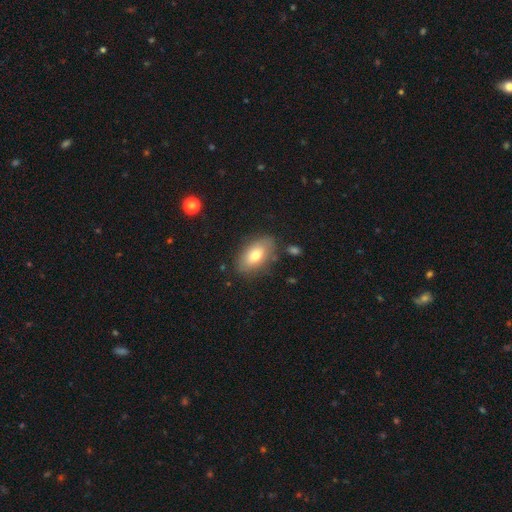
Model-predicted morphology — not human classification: A smooth galaxy with no disk features (73%) that is in between round and cigar-shaped (91%). Merging: none (80%).